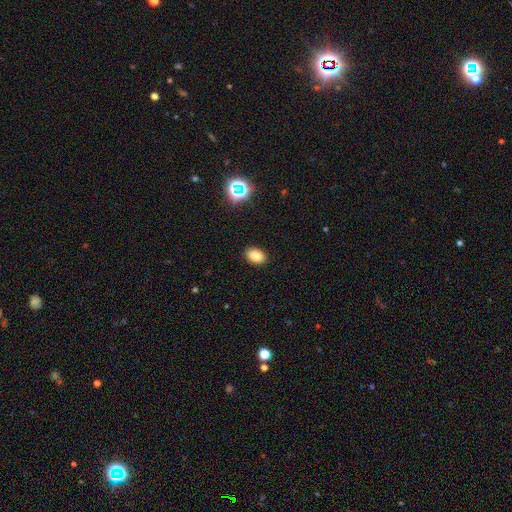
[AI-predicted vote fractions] Smooth or featured? Predicted: smooth (p=0.84). How rounded? Predicted: in between (p=0.84). Merging? Predicted: none (p=0.89).